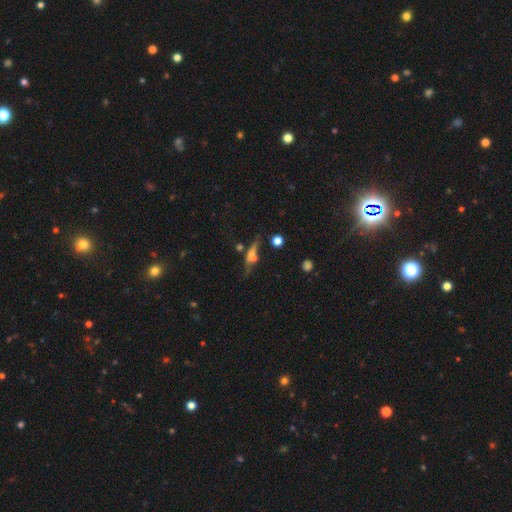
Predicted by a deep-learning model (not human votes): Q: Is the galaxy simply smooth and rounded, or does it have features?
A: featured or disk — 37%.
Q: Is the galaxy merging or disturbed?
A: none — 65%.